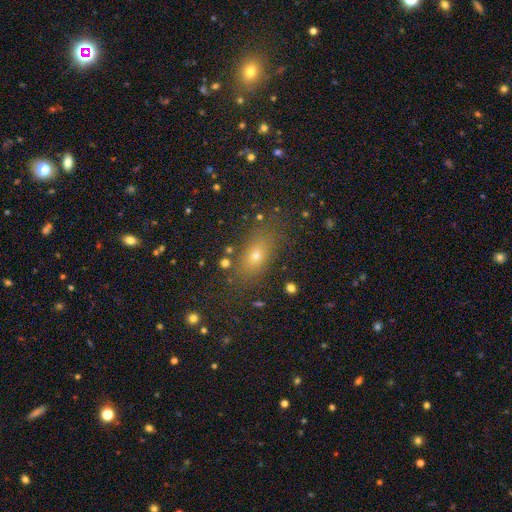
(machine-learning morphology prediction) A smooth galaxy with no disk features (67%) that is in between round and cigar-shaped (71%).

Vote fractions:
- Smooth or featured? smooth: 67% / star or artifact: 20% / featured or disk: 13%
- How rounded? in between: 71% / round: 17% / cigar-shaped: 13%
- Merging? none: 80% / minor disturbance: 12% / major disturbance: 5% / merger: 3%